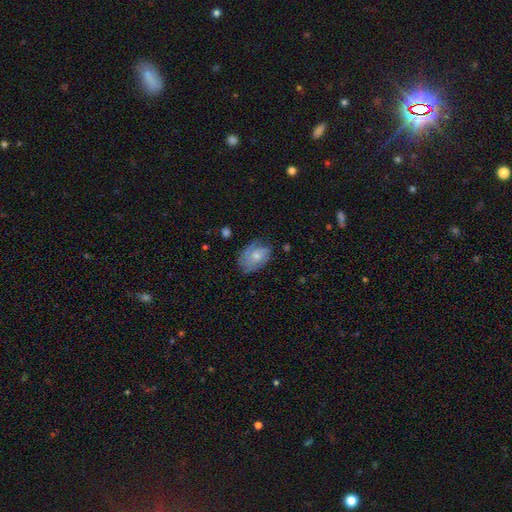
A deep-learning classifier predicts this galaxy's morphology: A featured or disk galaxy (58%) with no bar (78%), spiral arms (85%) and a small central bulge (48%).

Vote fractions:
- Smooth or featured? featured or disk: 58% / smooth: 35% / star or artifact: 8%
- Edge-on disk? no: 96% / yes: 4%
- Bar? no: 78% / weak: 20% / strong: 2%
- Spiral arms? yes: 85% / no: 15%
- Bulge size? small: 48% / moderate: 43% / none: 5% / large: 3% / dominant: 1%
- Merging? none: 64% / minor disturbance: 25% / major disturbance: 10% / merger: 1%